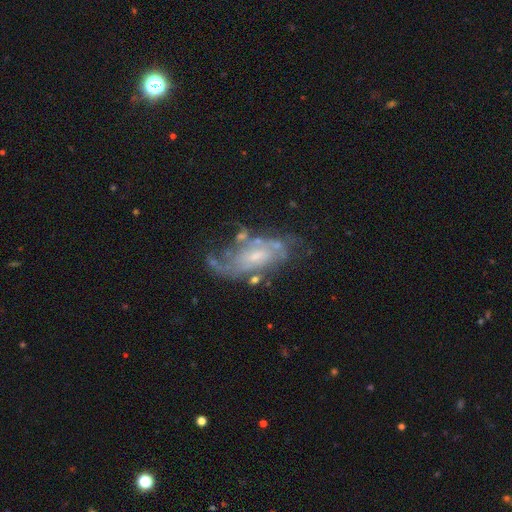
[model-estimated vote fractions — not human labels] A featured or disk galaxy (81%) with no bar (53%), 2 (45%) medium (42%) spiral arms (88%) and a small central bulge (57%).

Vote fractions:
- Smooth or featured? featured or disk: 81% / smooth: 12% / star or artifact: 8%
- Edge-on disk? no: 93% / yes: 7%
- Bar? no: 53% / weak: 38% / strong: 8%
- Spiral arms? yes: 88% / no: 12%
- Spiral winding? medium: 42% / tight: 39% / loose: 20%
- Spiral arm count? 2: 45% / can't tell: 34% / 3: 9% / 1: 6% / 4: 4% / more than 4: 3%
- Bulge size? small: 57% / moderate: 30% / none: 9% / large: 3% / dominant: 1%
- Merging? none: 59% / minor disturbance: 21% / major disturbance: 15% / merger: 6%